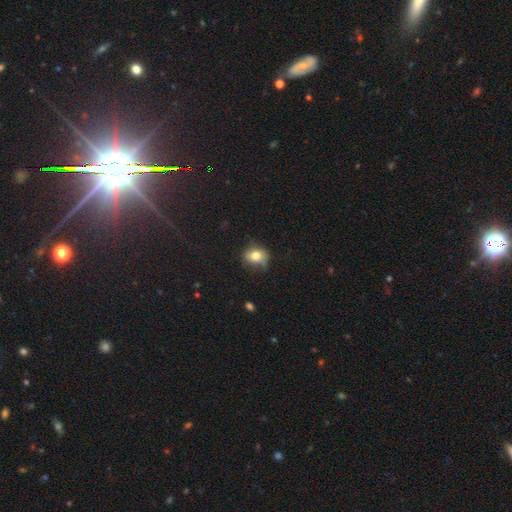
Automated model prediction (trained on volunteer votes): Smooth or featured: smooth — 77% (featured or disk — 13%)
How rounded: in between — 50% (round — 48%)
Merging: none — 59% (minor disturbance — 30%)